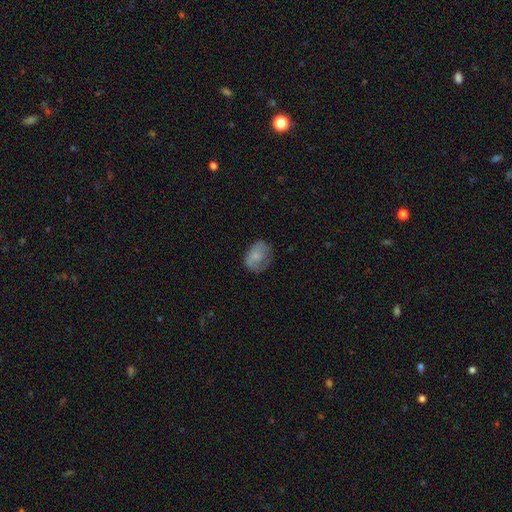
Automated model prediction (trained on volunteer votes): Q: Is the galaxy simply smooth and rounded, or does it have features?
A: smooth — 65%.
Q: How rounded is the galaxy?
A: in between — 64%.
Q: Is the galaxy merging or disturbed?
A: none — 53%.